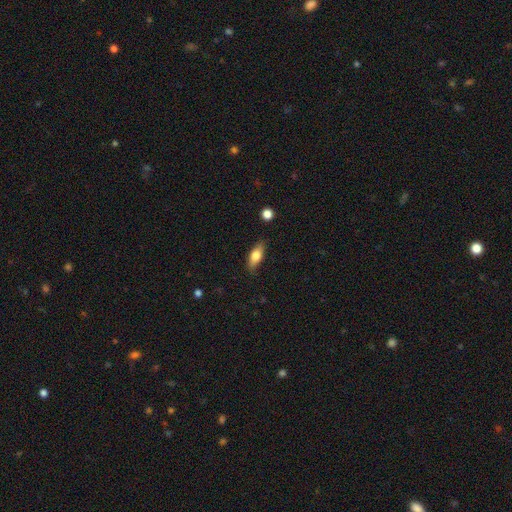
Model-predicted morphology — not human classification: type=smooth (73%); roundness=in between (74%); merging=none (84%).